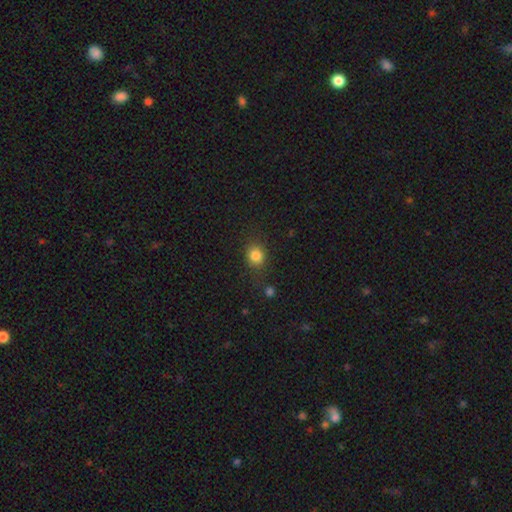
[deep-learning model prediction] Overall: smooth (83%). How rounded: round (75%). Merging: none (79%).